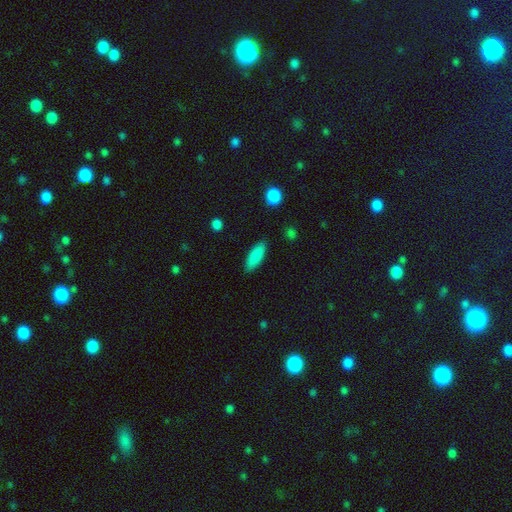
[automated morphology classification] Overall: smooth (88%). How rounded: in between (59%; cigar-shaped 39%). Merging: none (87%).